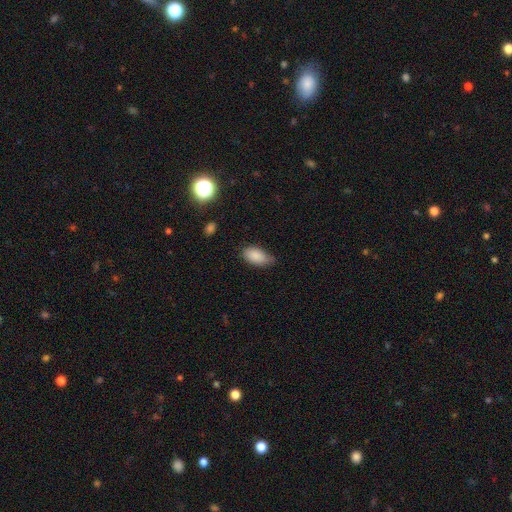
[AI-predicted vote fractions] smooth 86%, star or artifact 8%, featured or disk 6%. Down the decision tree: how rounded — in between (93%); merging — none (62%).